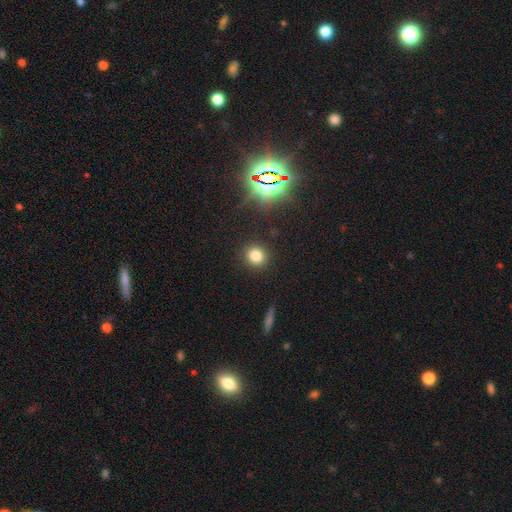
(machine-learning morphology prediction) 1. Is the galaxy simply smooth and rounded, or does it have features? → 78% smooth, 16% star or artifact, 6% featured or disk.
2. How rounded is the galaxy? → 81% round, 18% in between, 1% cigar-shaped.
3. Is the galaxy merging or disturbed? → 90% none, 6% minor disturbance, 2% major disturbance, 2% merger.